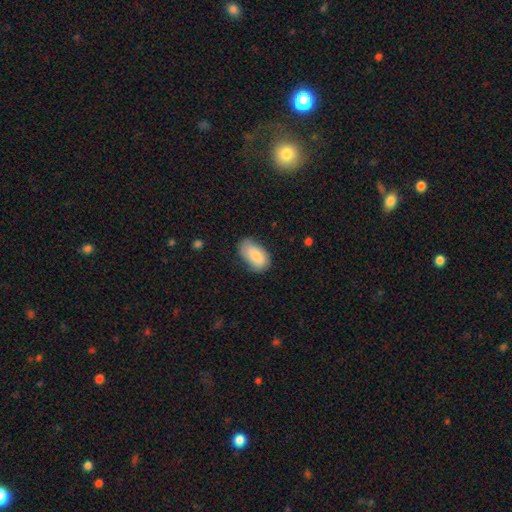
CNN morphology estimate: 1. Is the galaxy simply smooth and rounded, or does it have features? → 81% smooth, 13% featured or disk, 6% star or artifact.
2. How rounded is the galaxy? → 94% in between, 4% round, 2% cigar-shaped.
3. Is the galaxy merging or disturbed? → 69% none, 25% minor disturbance, 5% major disturbance, 1% merger.